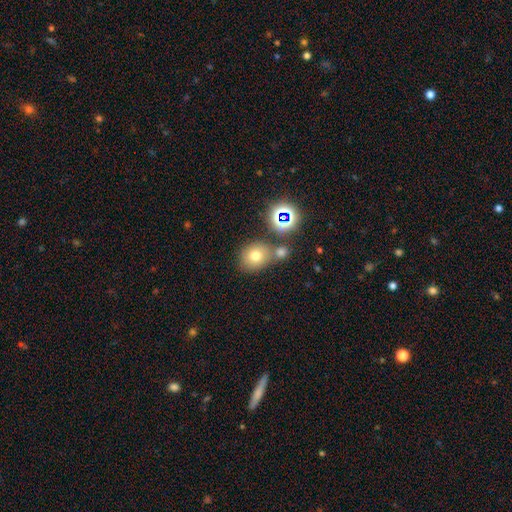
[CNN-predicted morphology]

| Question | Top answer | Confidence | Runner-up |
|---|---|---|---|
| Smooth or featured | smooth | 69% | star or artifact (19%) |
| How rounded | round | 66% | in between (33%) |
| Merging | none | 58% | merger (26%) |